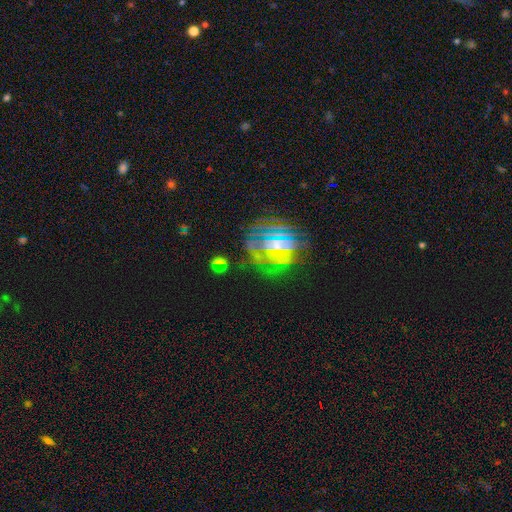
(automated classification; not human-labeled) Smooth or featured: featured or disk — 44% (star or artifact — 38%)
Merging: none — 73% (minor disturbance — 15%)